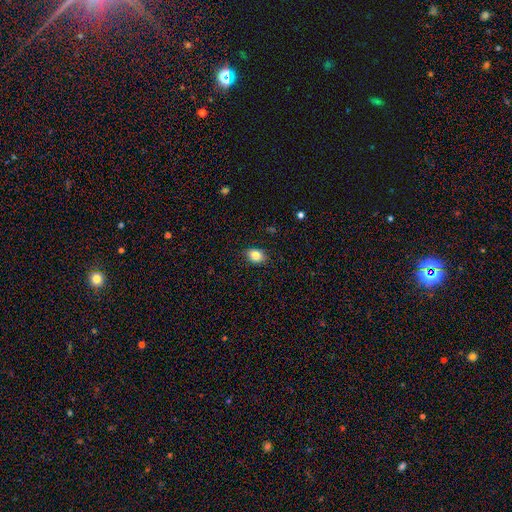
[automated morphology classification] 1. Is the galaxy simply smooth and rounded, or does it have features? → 83% smooth, 10% star or artifact, 7% featured or disk.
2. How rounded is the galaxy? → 66% in between, 33% round, 1% cigar-shaped.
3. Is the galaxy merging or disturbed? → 86% none, 11% minor disturbance, 2% major disturbance, 1% merger.